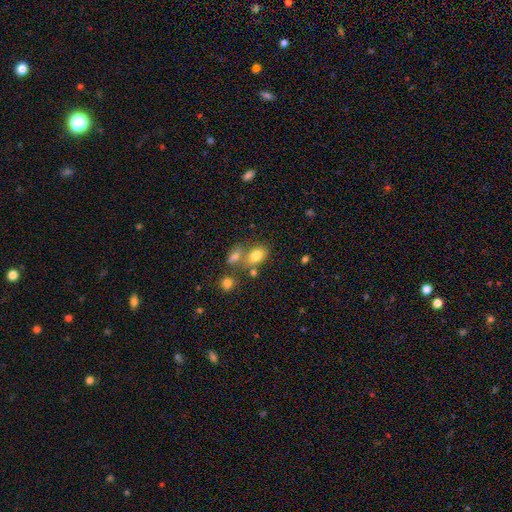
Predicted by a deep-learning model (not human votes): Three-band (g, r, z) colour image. It shows a smooth galaxy with no disk features (78%) that is in between round and cigar-shaped (81%). Merging: none (52%).